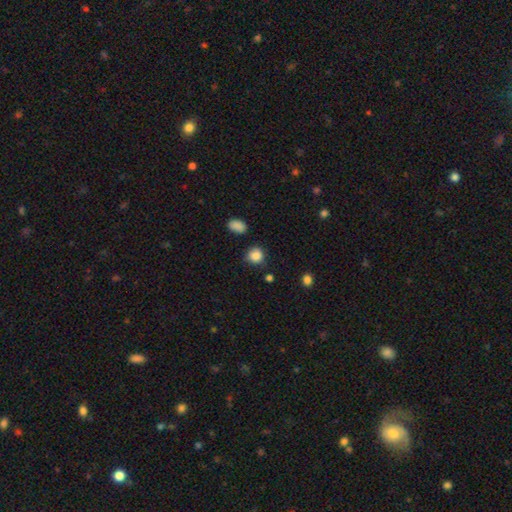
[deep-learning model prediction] smooth-or-featured: smooth: 86% | star or artifact: 10% | featured or disk: 4%
  how-rounded: round: 80% | in between: 19% | cigar-shaped: 1%
  merging: none: 76% | minor disturbance: 17% | major disturbance: 4% | merger: 4%